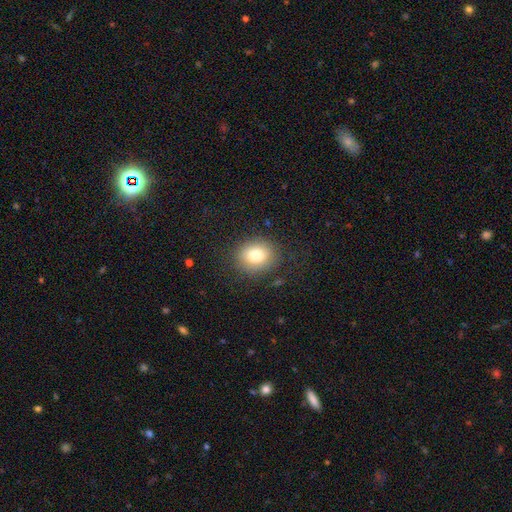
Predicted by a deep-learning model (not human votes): Smooth or featured? smooth (79%)
How rounded? round (63%)
Merging? none (83%)